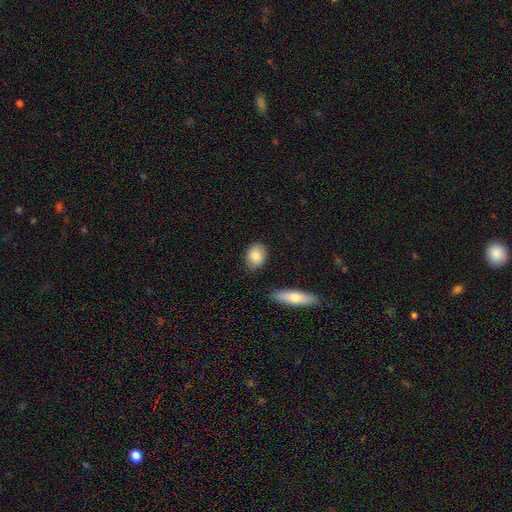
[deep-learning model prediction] smooth 84%, featured or disk 9%, star or artifact 7%. Down the decision tree: how rounded — in between (63%); merging — none (83%).